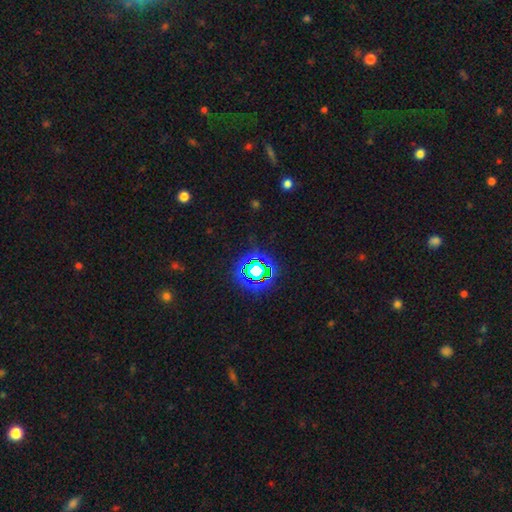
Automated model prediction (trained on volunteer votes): Smooth or featured? star or artifact (78%)